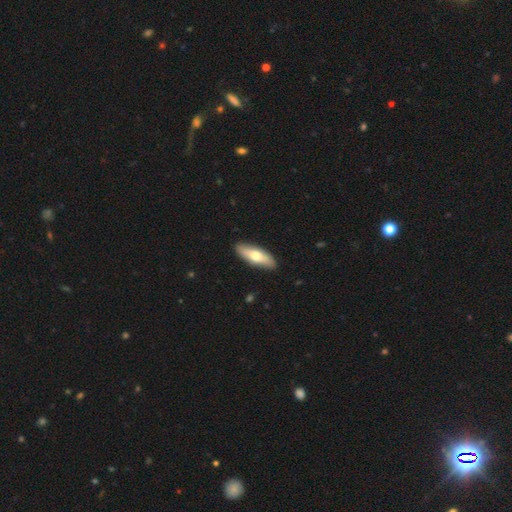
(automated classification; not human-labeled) This is likely a smooth galaxy (64%). How rounded: likely in between (60%). Merging: clearly none (89%).